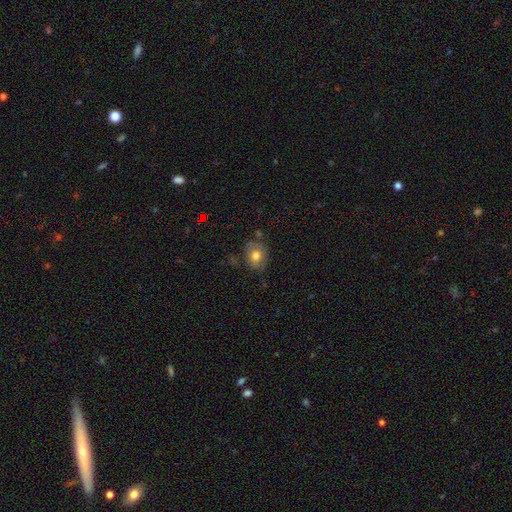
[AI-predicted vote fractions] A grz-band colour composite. It shows a smooth galaxy with no disk features (73%) that is round (51%). Merging: none (70%).